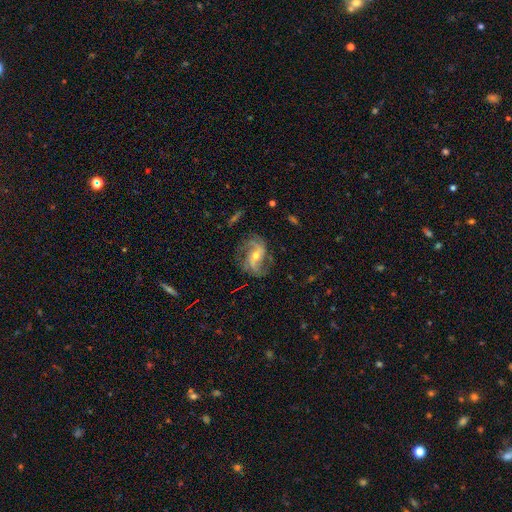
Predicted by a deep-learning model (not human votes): Q: Smooth or featured?
A: featured or disk (85%); runner-up: smooth (9%)
Q: Edge-on disk?
A: no (97%); runner-up: yes (3%)
Q: Bar?
A: weak (41%); runner-up: no (36%)
Q: Spiral arms?
A: yes (95%); runner-up: no (5%)
Q: Spiral winding?
A: loose (44%); runner-up: medium (41%)
Q: Spiral arm count?
A: 2 (73%); runner-up: 3 (10%)
Q: Bulge size?
A: moderate (53%); runner-up: small (43%)
Q: Merging?
A: none (69%); runner-up: minor disturbance (19%)